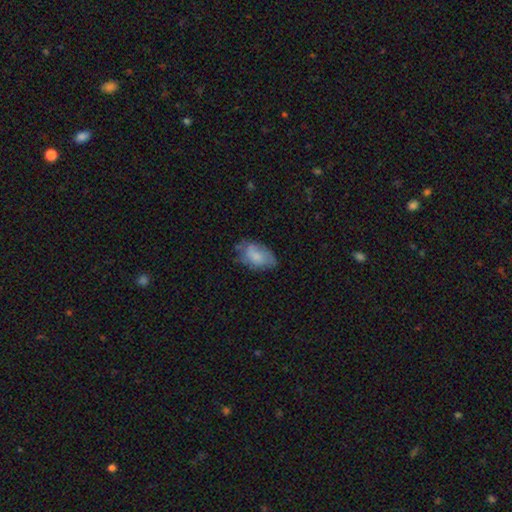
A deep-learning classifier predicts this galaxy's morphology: smooth 72%, featured or disk 21%, star or artifact 8%. Down the decision tree: how rounded — in between (92%); merging — none (52%).